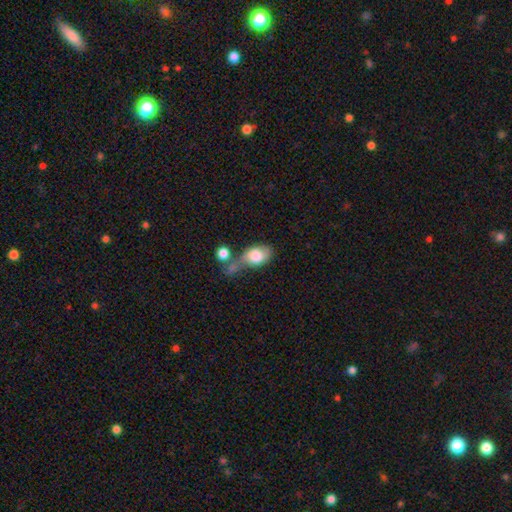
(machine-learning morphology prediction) smooth_or_featured: smooth (p=0.74) [alt: featured or disk p=0.19]
how_rounded: in between (p=0.79) [alt: round p=0.19]
merging: merger (p=0.40) [alt: none p=0.22]